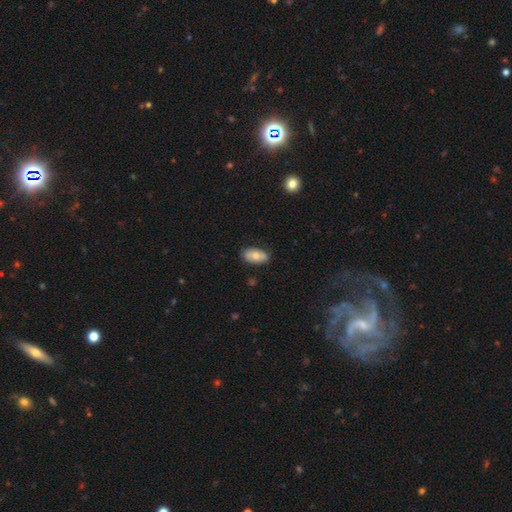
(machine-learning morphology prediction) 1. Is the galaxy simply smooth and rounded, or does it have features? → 71% smooth, 23% featured or disk, 7% star or artifact.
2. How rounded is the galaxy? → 93% in between, 5% round, 2% cigar-shaped.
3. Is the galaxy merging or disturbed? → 81% none, 16% minor disturbance, 3% major disturbance, 1% merger.